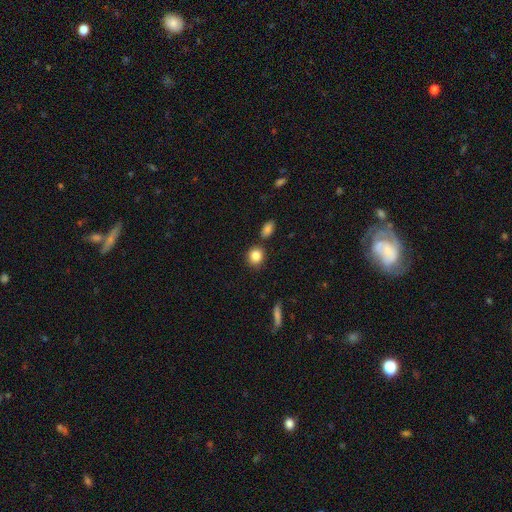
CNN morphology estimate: This appears to be a smooth galaxy with no disk features (86%) that is round (74%). Merging: none (78%).